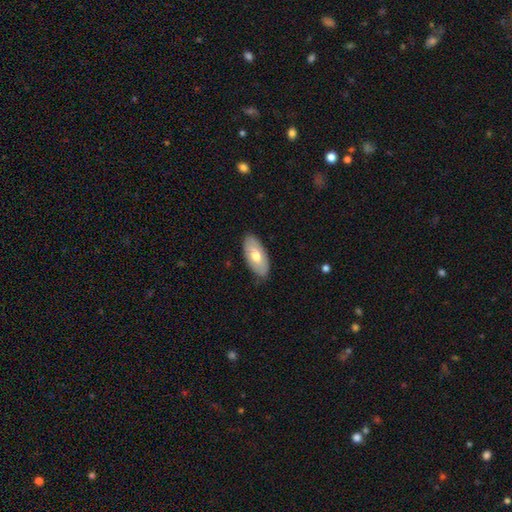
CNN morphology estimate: A smooth galaxy with no disk features (62%) that is in between round and cigar-shaped (92%).

Vote fractions:
- Smooth or featured? smooth: 62% / featured or disk: 32% / star or artifact: 5%
- How rounded? in between: 92% / cigar-shaped: 5% / round: 2%
- Merging? none: 84% / minor disturbance: 13% / major disturbance: 2% / merger: 1%